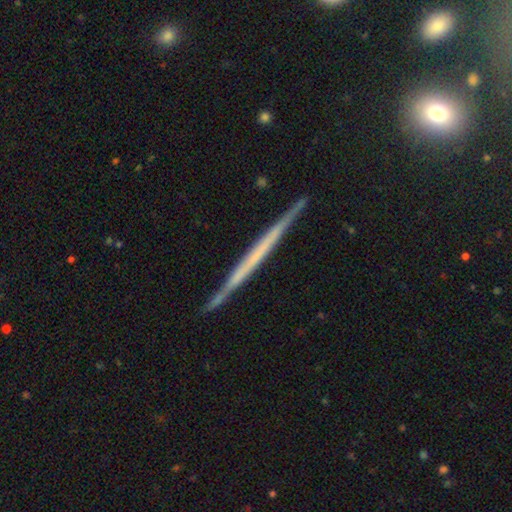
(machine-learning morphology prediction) This appears to be a featured or disk galaxy (64%) viewed edge-on (98%) with no central bulge (90%). Merging: none (89%).